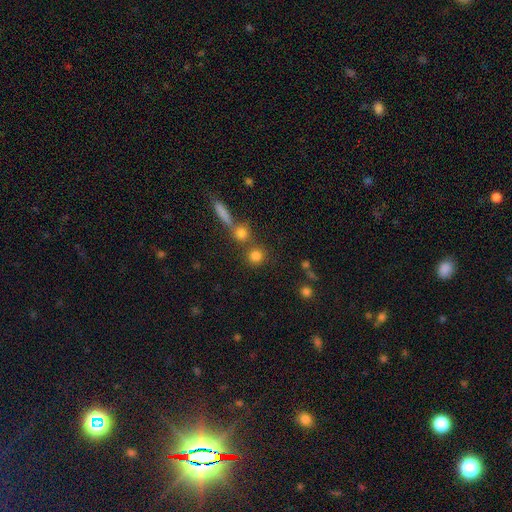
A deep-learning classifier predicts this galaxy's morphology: A smooth galaxy with no disk features (80%) that is round (89%).

Vote fractions:
- Smooth or featured? smooth: 80% / star or artifact: 13% / featured or disk: 8%
- How rounded? round: 89% / in between: 9% / cigar-shaped: 3%
- Merging? none: 69% / merger: 20% / minor disturbance: 7% / major disturbance: 4%